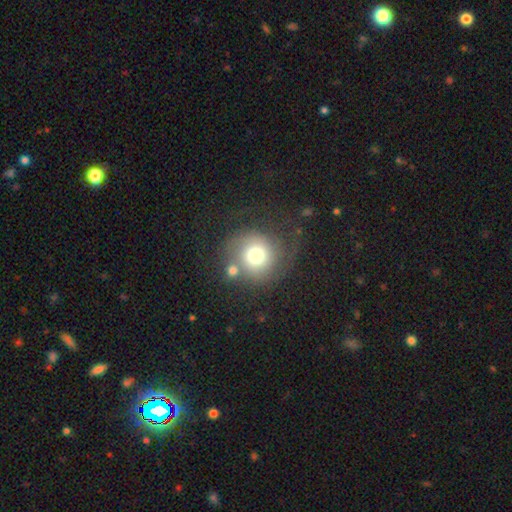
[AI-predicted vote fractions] A smooth galaxy with no disk features (55%) that is round (91%). Merging: none (52%).